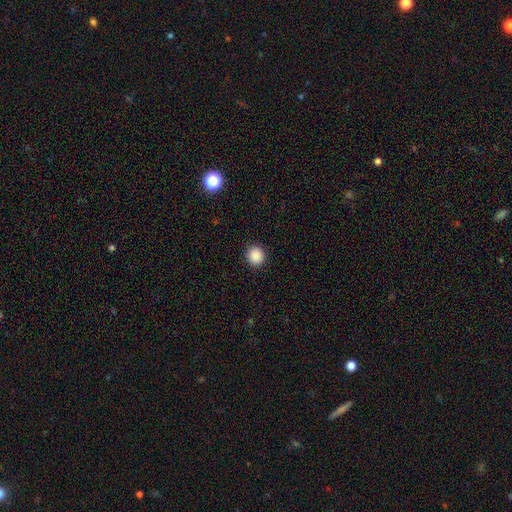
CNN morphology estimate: smooth_or_featured: smooth (p=0.89) [alt: star or artifact p=0.09]
how_rounded: round (p=0.87) [alt: in between p=0.12]
merging: none (p=0.92) [alt: minor disturbance p=0.06]